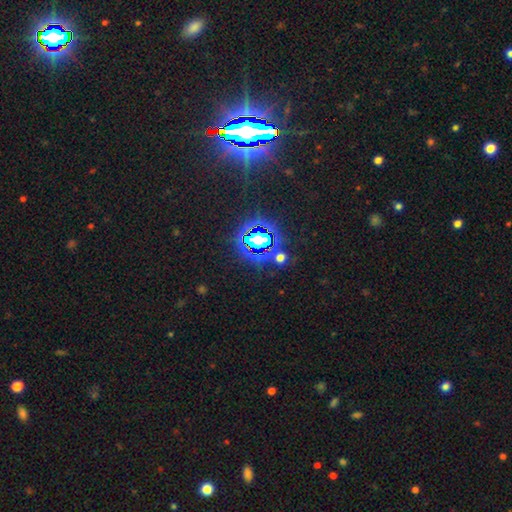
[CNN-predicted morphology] Overall: star or artifact (82%).